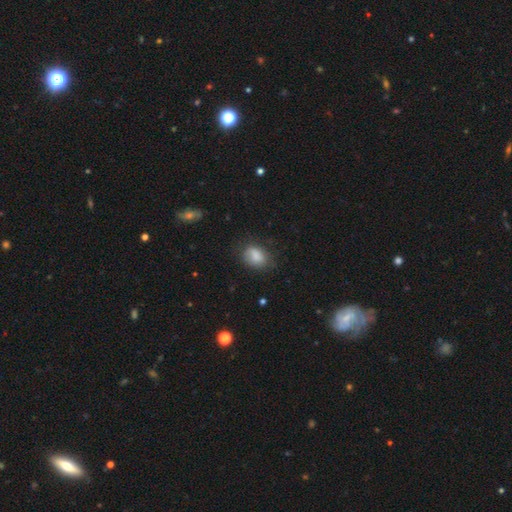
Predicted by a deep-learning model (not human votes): Q: Smooth or featured?
A: smooth (82%); runner-up: featured or disk (10%)
Q: How rounded?
A: in between (72%); runner-up: round (26%)
Q: Merging?
A: none (65%); runner-up: minor disturbance (25%)